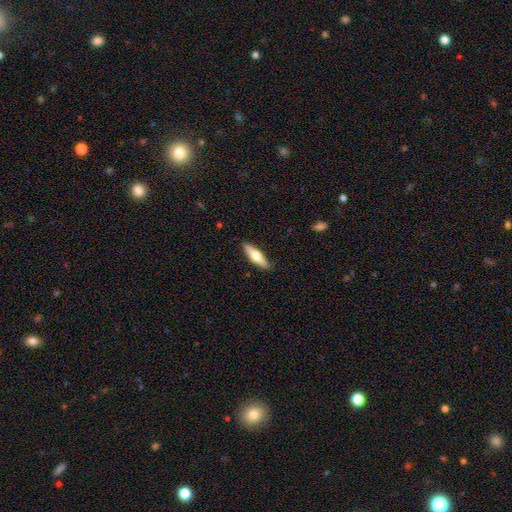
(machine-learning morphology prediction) Q: Smooth or featured?
A: featured or disk (51%); runner-up: smooth (44%)
Q: Edge-on disk?
A: yes (93%); runner-up: no (7%)
Q: Merging?
A: none (90%); runner-up: minor disturbance (8%)